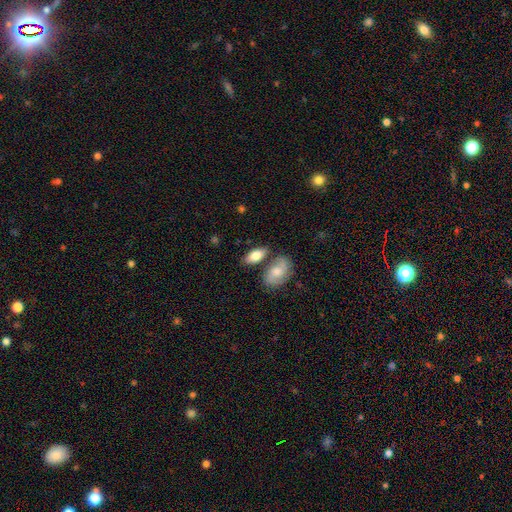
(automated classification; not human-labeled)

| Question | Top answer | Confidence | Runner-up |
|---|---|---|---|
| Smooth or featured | smooth | 76% | featured or disk (18%) |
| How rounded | in between | 87% | cigar-shaped (9%) |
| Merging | none | 64% | merger (19%) |